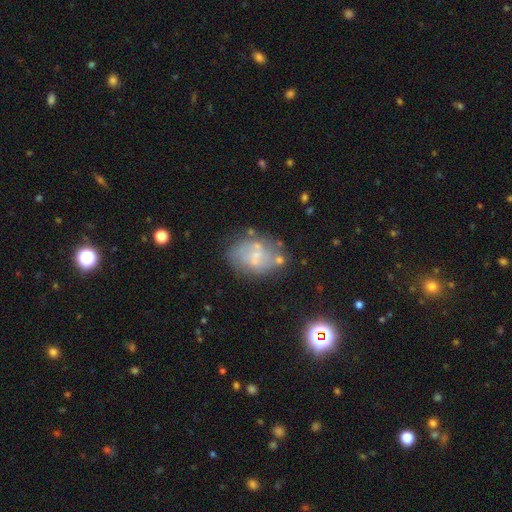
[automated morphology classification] Smooth or featured: featured or disk — 56% (smooth — 33%)
Edge-on disk: no — 97% (yes — 3%)
Bar: no — 58% (weak — 35%)
Spiral arms: yes — 62% (no — 38%)
Bulge size: small — 57% (none — 23%)
Merging: none — 57% (minor disturbance — 22%)